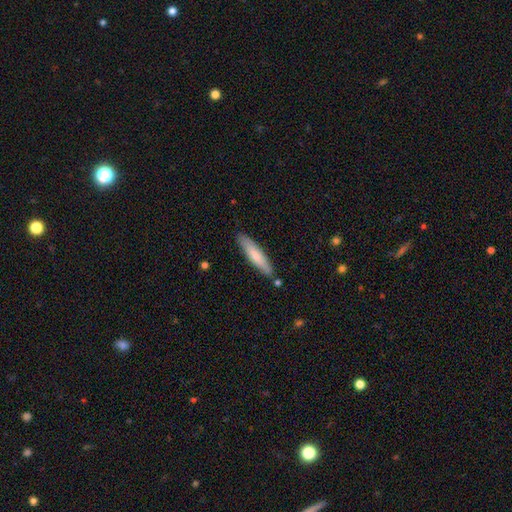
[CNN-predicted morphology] A smooth galaxy with no disk features (74%) that is cigar-shaped (84%). Merging: none (85%).